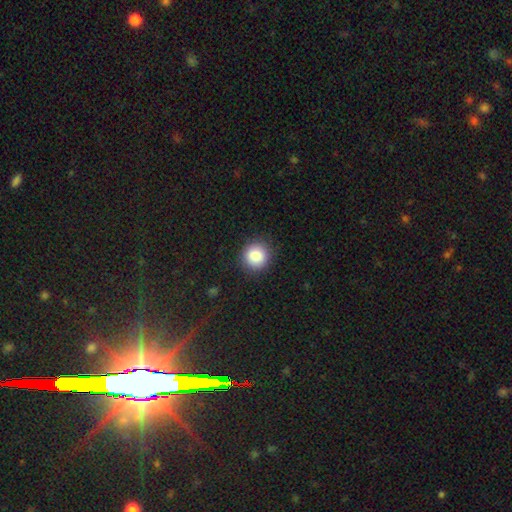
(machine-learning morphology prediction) This appears to be a smooth galaxy with no disk features (86%) that is round (92%). Merging: none (90%).